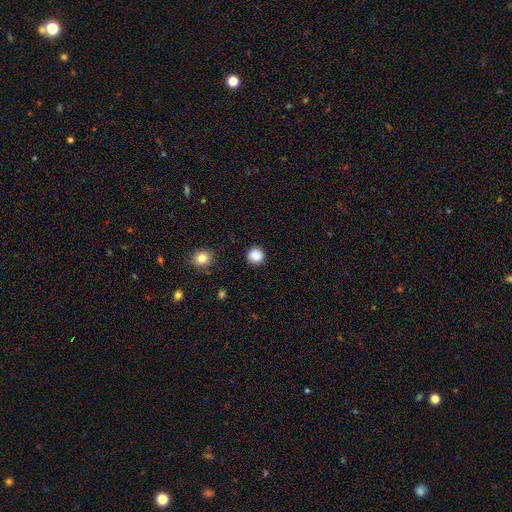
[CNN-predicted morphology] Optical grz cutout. It shows a smooth galaxy with no disk features (87%) that is round (92%). Merging: none (89%).